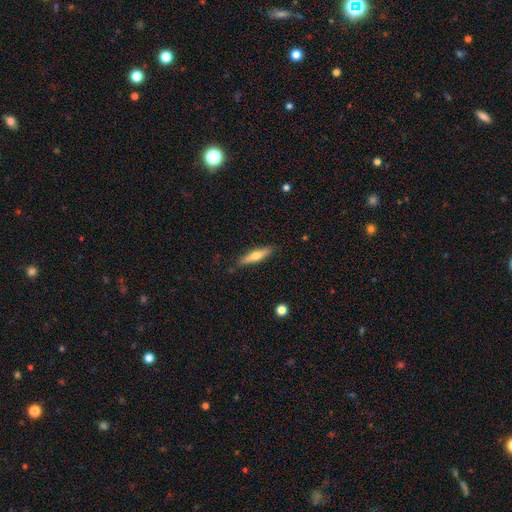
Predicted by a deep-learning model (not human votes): Smooth or featured? Predicted: smooth (p=0.52). How rounded? Predicted: cigar-shaped (p=0.76). Merging? Predicted: none (p=0.83).